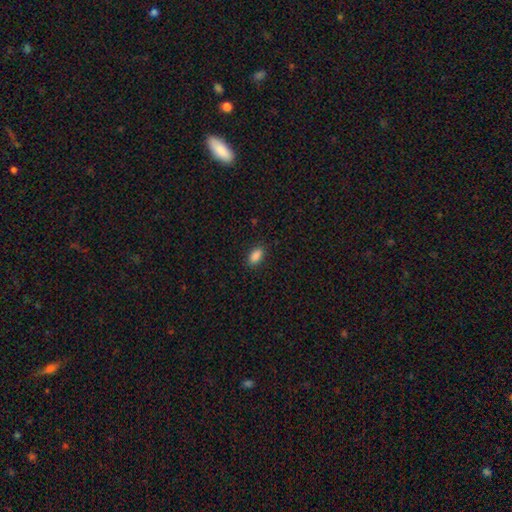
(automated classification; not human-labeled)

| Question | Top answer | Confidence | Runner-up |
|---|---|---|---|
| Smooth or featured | smooth | 88% | star or artifact (9%) |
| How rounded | in between | 91% | round (5%) |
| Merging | none | 87% | minor disturbance (10%) |